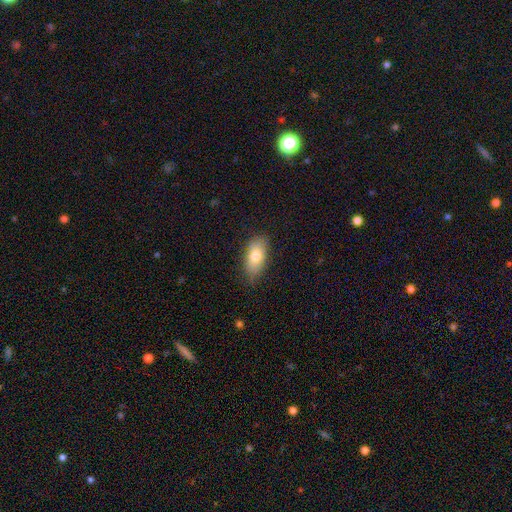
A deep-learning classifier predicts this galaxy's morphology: type=smooth (78%); roundness=in between (91%); merging=none (79%).